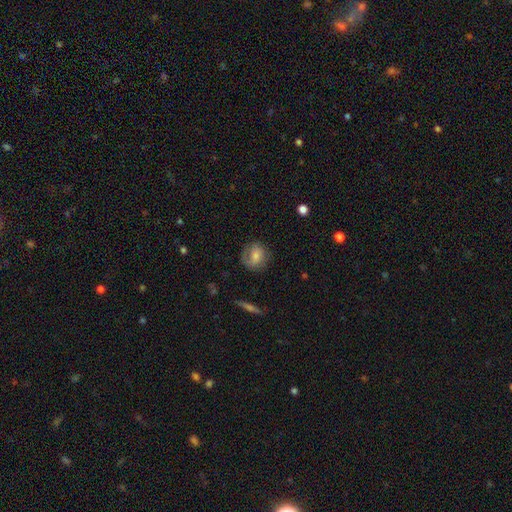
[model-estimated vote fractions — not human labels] Smooth or featured?
  - smooth: 58% *
  - featured or disk: 32%
  - star or artifact: 10%
How rounded?
  - round: 75% *
  - in between: 23%
  - cigar-shaped: 2%
Merging?
  - none: 76% *
  - minor disturbance: 17%
  - major disturbance: 6%
  - merger: 1%